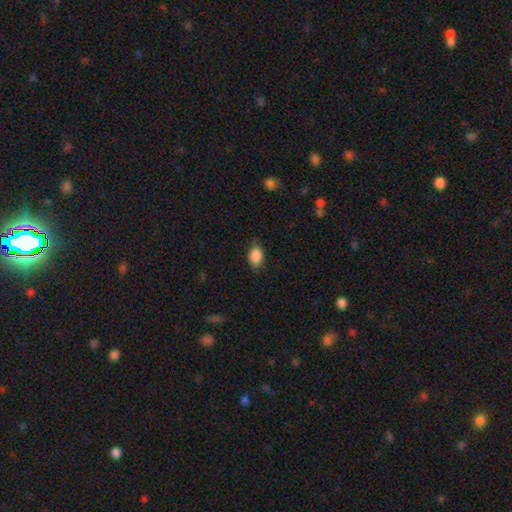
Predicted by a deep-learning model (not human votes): Smooth or featured?
  - smooth: 89% *
  - star or artifact: 7%
  - featured or disk: 4%
How rounded?
  - in between: 84% *
  - round: 14%
  - cigar-shaped: 1%
Merging?
  - none: 76% *
  - minor disturbance: 19%
  - major disturbance: 4%
  - merger: 1%